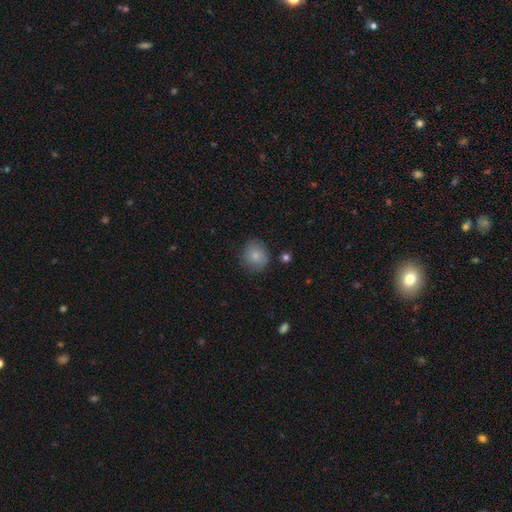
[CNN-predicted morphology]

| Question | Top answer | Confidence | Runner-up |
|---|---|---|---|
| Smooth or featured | smooth | 82% | featured or disk (10%) |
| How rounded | round | 81% | in between (18%) |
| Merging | none | 76% | minor disturbance (17%) |